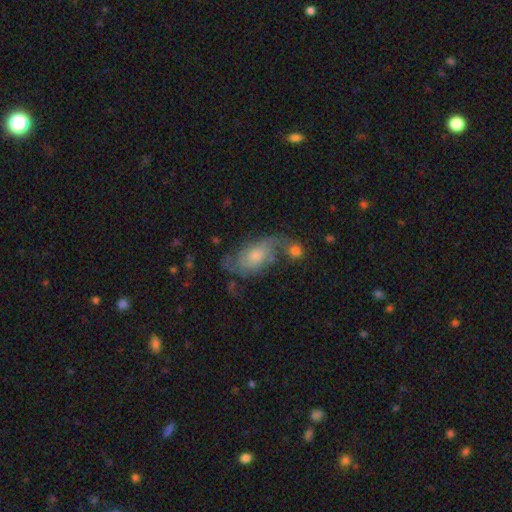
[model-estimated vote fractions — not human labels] Overall: featured or disk (69%). Edge-on disk: no (95%). Bar: no (70%). Spiral arms: yes (88%). Spiral arm count: 2 (75%). Spiral winding: loose (41%; medium 40%). Bulge size: moderate (46%; small 41%). Merging: none (47%; minor disturbance 21%).